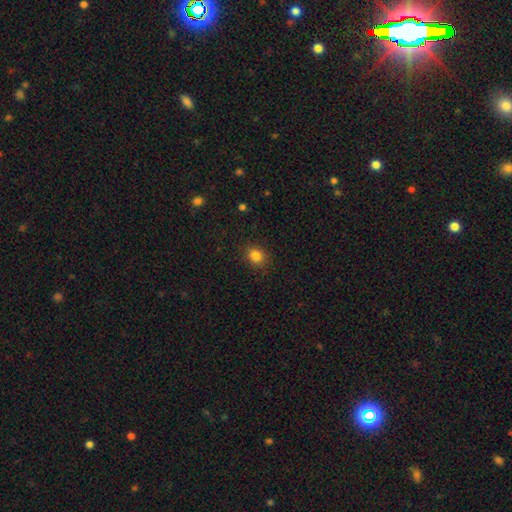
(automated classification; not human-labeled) Smooth or featured?
  - smooth: 83% *
  - star or artifact: 12%
  - featured or disk: 5%
How rounded?
  - round: 68% *
  - in between: 31%
  - cigar-shaped: 1%
Merging?
  - none: 87% *
  - minor disturbance: 9%
  - major disturbance: 3%
  - merger: 1%